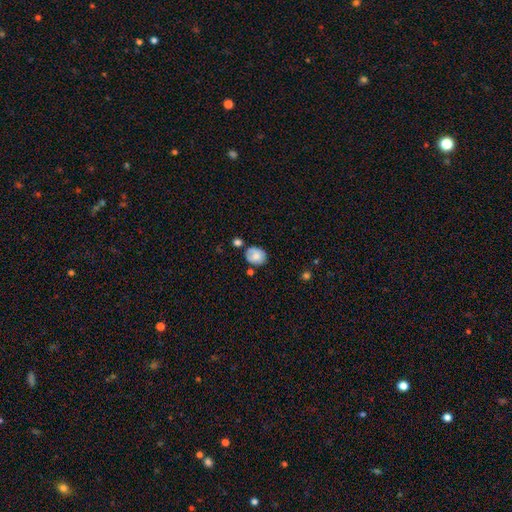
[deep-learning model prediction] This appears to be a smooth galaxy with no disk features (70%) that is round (53%). Merging: none (60%).